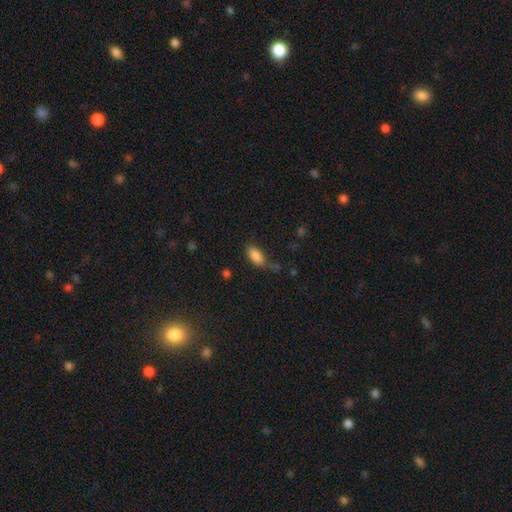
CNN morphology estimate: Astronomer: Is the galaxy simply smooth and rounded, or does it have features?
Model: smooth — 86%.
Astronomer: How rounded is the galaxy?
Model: in between — 89%.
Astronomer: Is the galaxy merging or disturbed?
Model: none — 57%.